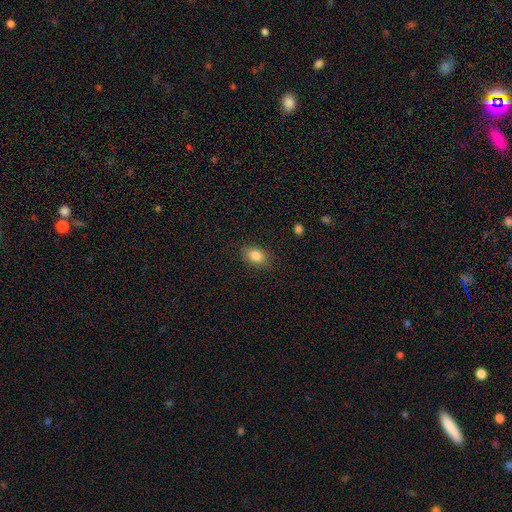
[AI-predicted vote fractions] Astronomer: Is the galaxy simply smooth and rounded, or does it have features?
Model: smooth — 85%.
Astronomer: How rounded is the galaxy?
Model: in between — 80%.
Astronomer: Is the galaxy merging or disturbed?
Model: none — 84%.